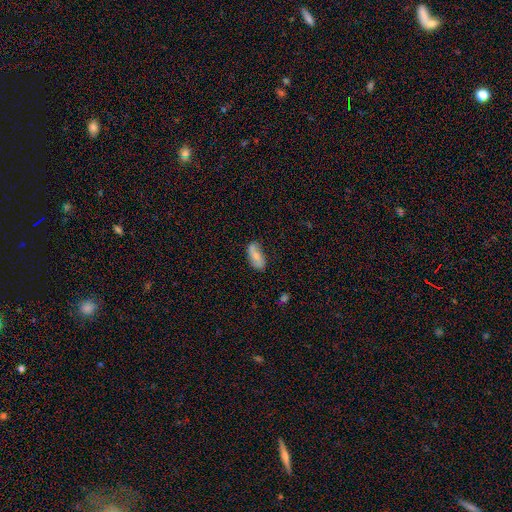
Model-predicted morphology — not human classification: This appears to be a smooth galaxy with no disk features (62%) that is in between round and cigar-shaped (83%). Merging: none (69%).